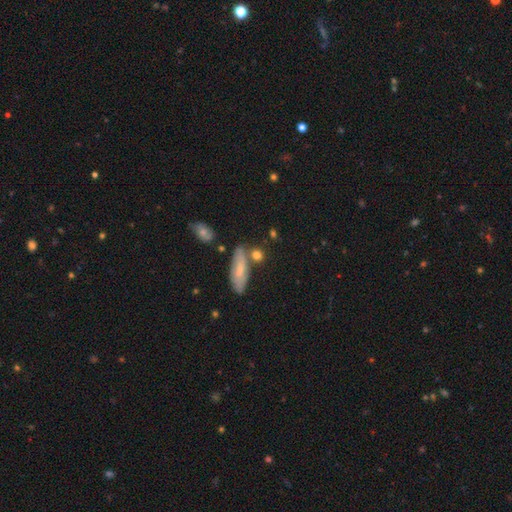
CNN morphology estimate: type=smooth (55%); roundness=cigar-shaped (48%); merging=none (68%).